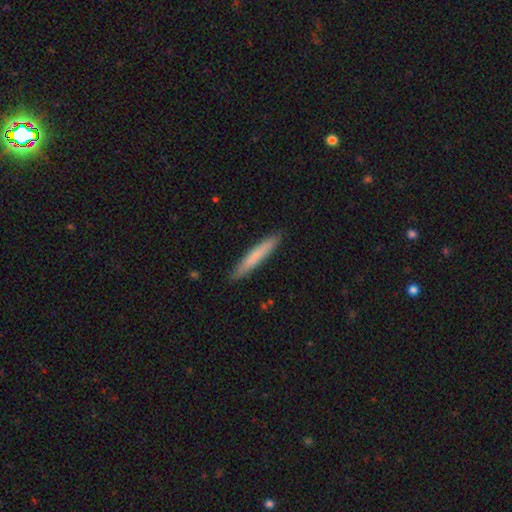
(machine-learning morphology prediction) type=smooth (74%); roundness=cigar-shaped (95%); merging=none (89%).